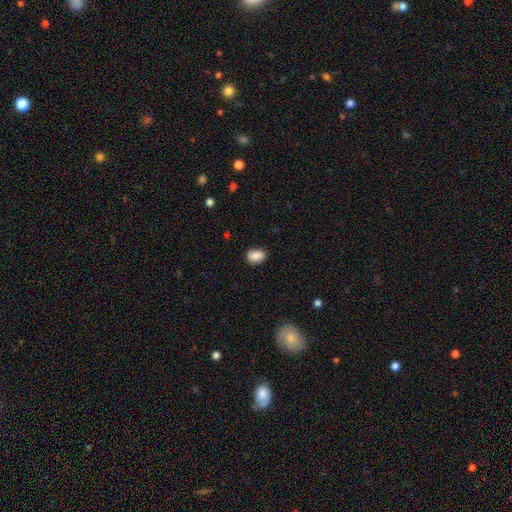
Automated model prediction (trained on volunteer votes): This appears to be a smooth galaxy with no disk features (85%) that is in between round and cigar-shaped (70%). Merging: none (81%).